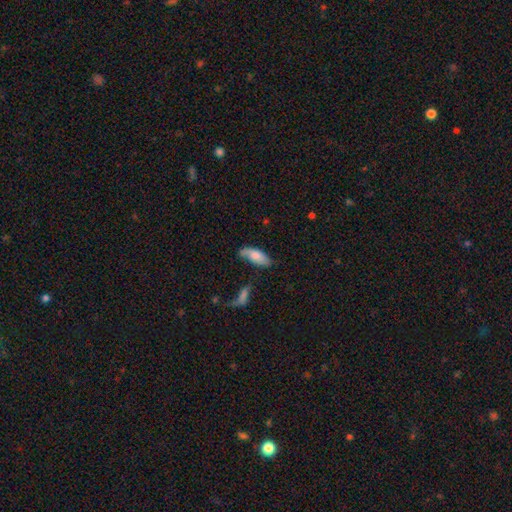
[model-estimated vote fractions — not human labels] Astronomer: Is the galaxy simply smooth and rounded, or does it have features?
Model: smooth — 72%.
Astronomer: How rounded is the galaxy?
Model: in between — 78%.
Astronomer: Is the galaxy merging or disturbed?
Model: none — 56%.